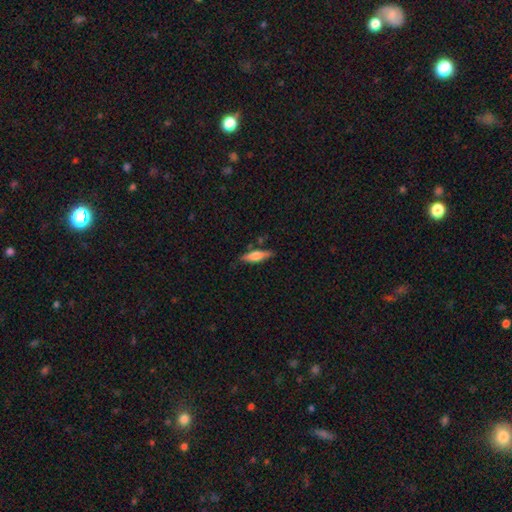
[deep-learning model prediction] Smooth or featured? smooth (65%)
How rounded? cigar-shaped (66%)
Merging? none (77%)